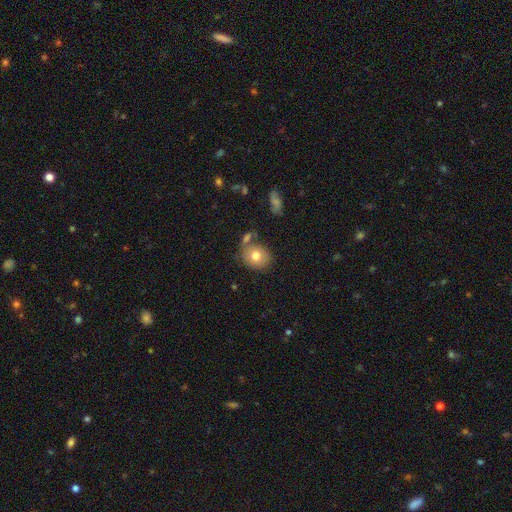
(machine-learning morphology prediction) smooth_or_featured: smooth (p=0.76) [alt: featured or disk p=0.15]
how_rounded: round (p=0.65) [alt: in between p=0.34]
merging: none (p=0.66) [alt: merger p=0.15]